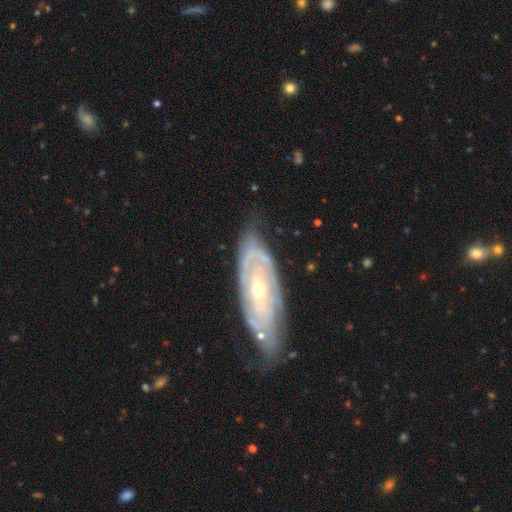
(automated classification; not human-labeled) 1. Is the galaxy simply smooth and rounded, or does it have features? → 78% featured or disk, 16% smooth, 6% star or artifact.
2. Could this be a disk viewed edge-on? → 87% no, 13% yes.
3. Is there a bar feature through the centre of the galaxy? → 76% no, 19% weak, 6% strong.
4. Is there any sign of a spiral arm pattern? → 79% yes, 21% no.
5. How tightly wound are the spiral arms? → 70% tight, 22% medium, 8% loose.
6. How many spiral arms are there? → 54% can't tell, 22% 2, 9% 3, 5% 1, 5% 4, 4% more than 4.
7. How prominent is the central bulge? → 51% moderate, 45% small, 2% large, 1% none, 1% dominant.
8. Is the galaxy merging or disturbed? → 65% none, 23% minor disturbance, 8% major disturbance, 4% merger.